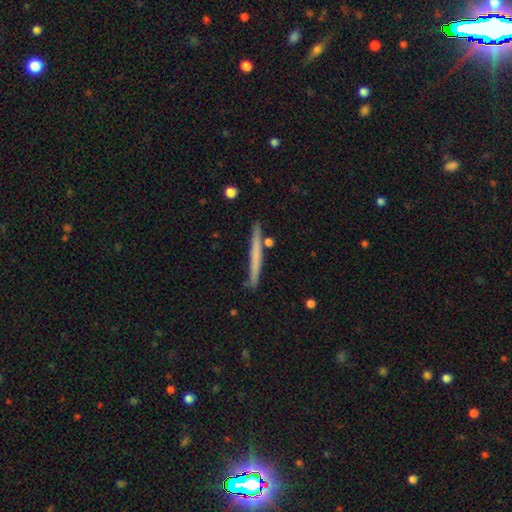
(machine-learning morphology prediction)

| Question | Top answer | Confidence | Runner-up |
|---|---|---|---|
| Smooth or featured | smooth | 54% | featured or disk (40%) |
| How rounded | cigar-shaped | 97% | in between (2%) |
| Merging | none | 84% | minor disturbance (11%) |